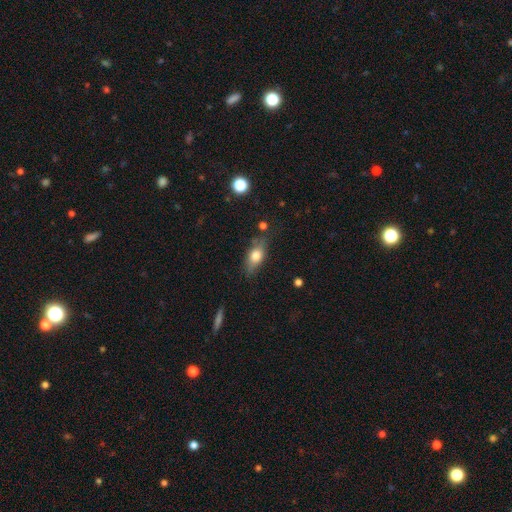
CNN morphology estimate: smooth 69%, featured or disk 23%, star or artifact 8%. Down the decision tree: how rounded — in between (78%); merging — none (72%).